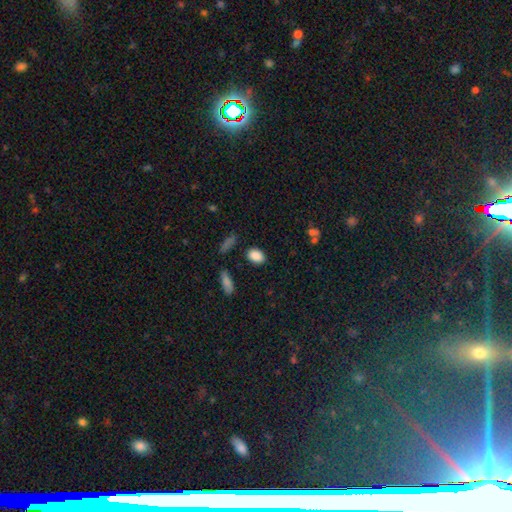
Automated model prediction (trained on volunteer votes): Morphology: type=smooth (87%); roundness=in between (80%); merging=none (84%).